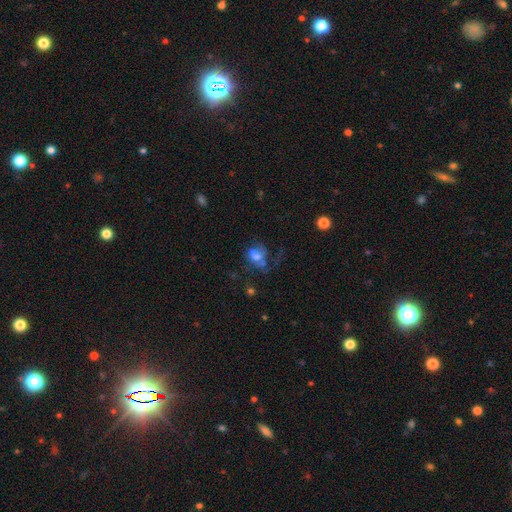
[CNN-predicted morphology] This is marginally a smooth galaxy (45%). Merging: marginally major disturbance (44%).